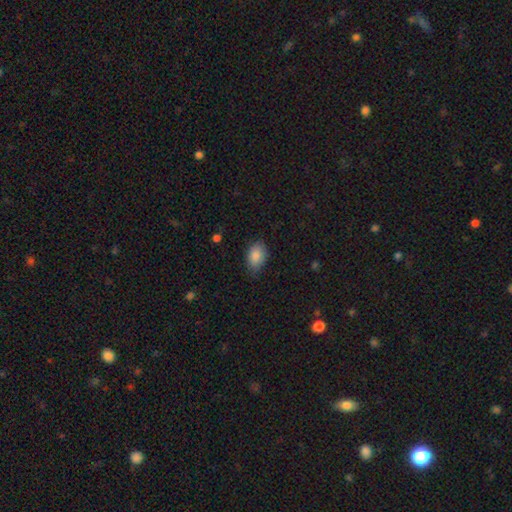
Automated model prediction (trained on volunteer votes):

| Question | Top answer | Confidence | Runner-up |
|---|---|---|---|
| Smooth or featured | smooth | 87% | star or artifact (7%) |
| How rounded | in between | 86% | round (13%) |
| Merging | none | 73% | minor disturbance (22%) |